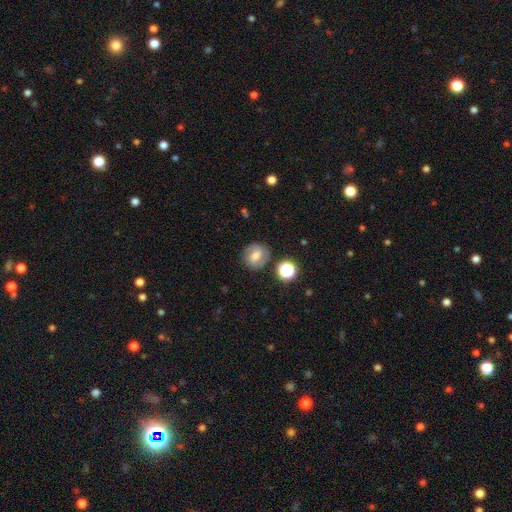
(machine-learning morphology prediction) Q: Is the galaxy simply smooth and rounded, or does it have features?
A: smooth — 47%.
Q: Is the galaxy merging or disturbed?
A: none — 82%.